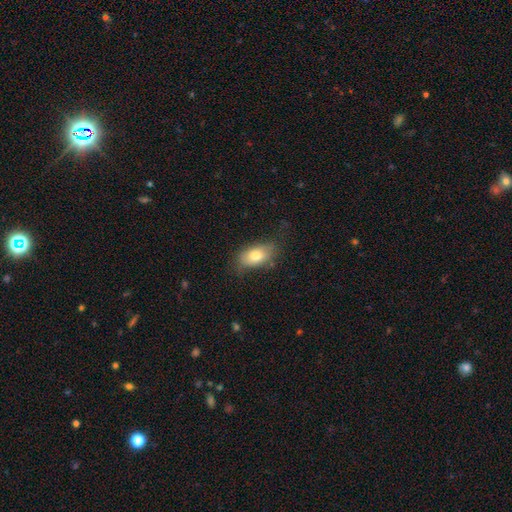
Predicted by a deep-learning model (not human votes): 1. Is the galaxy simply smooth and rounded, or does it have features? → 76% smooth, 16% featured or disk, 7% star or artifact.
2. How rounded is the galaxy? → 89% in between, 7% round, 3% cigar-shaped.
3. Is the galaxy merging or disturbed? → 70% none, 22% minor disturbance, 6% major disturbance, 2% merger.